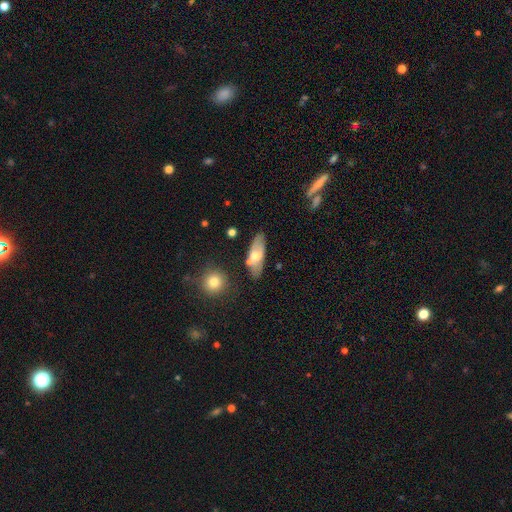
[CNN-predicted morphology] Smooth or featured? smooth (58%)
How rounded? in between (75%)
Merging? none (70%)